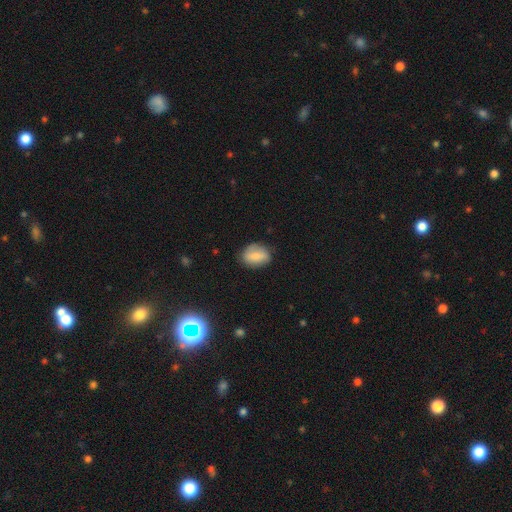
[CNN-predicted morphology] Smooth or featured?
  - smooth: 73% *
  - featured or disk: 19%
  - star or artifact: 8%
How rounded?
  - in between: 69% *
  - round: 29%
  - cigar-shaped: 2%
Merging?
  - none: 77% *
  - minor disturbance: 17%
  - major disturbance: 4%
  - merger: 1%